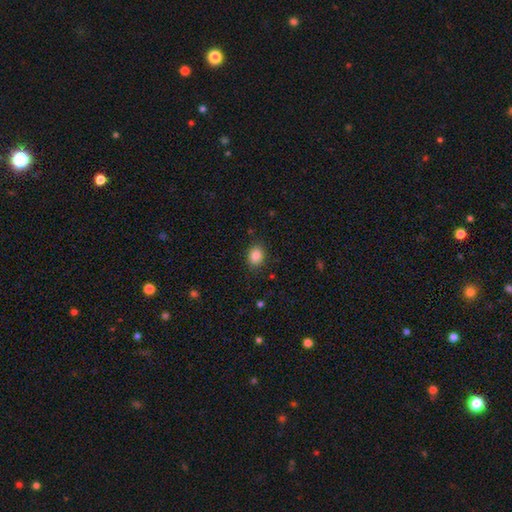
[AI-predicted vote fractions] This appears to be a smooth galaxy with no disk features (87%) that is in between round and cigar-shaped (56%). Merging: none (85%).